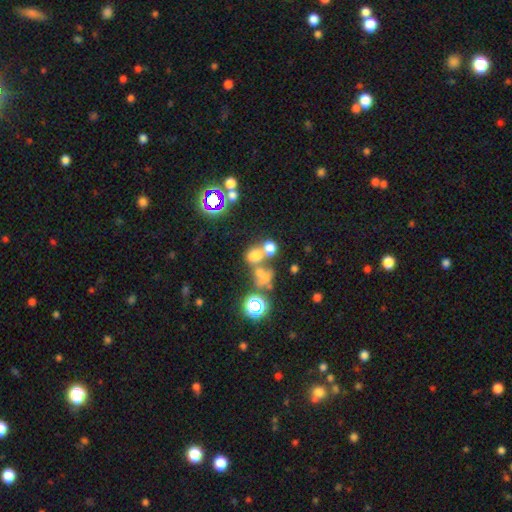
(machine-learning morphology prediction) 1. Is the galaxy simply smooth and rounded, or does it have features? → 59% smooth, 26% star or artifact, 15% featured or disk.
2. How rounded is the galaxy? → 69% round, 29% in between, 1% cigar-shaped.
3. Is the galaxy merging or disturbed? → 46% merger, 38% none, 9% minor disturbance, 7% major disturbance.